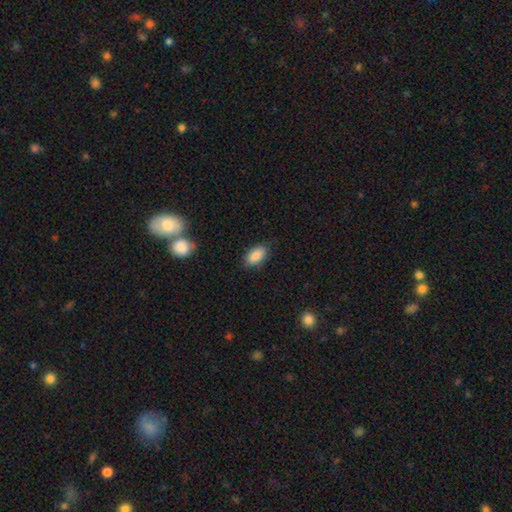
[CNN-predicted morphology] type=smooth (88%); roundness=in between (92%); merging=none (81%).